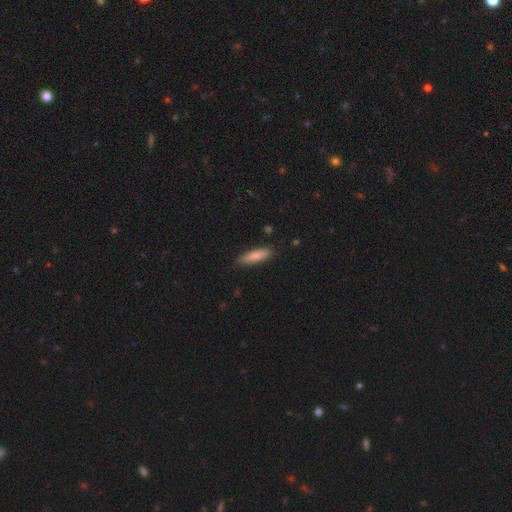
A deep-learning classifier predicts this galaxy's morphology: Overall: smooth (84%). How rounded: cigar-shaped (67%; in between 31%). Merging: none (87%).